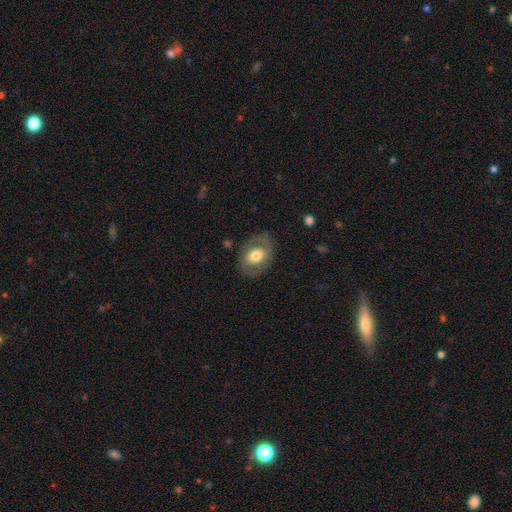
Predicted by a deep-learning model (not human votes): featured or disk 50%, smooth 43%, star or artifact 7%. Down the decision tree: merging — none (78%).